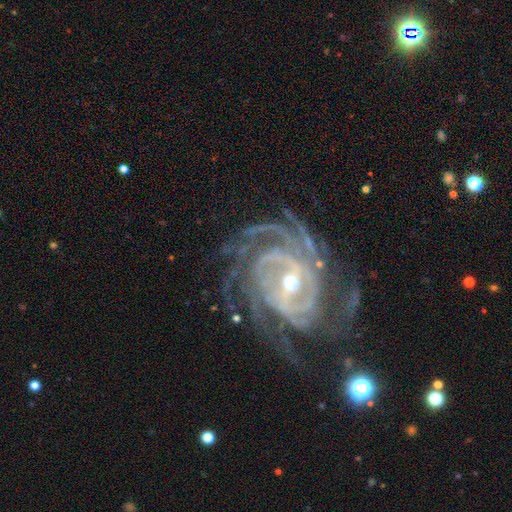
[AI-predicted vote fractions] Smooth or featured? featured or disk (91%)
Edge-on disk? no (97%)
Bar? strong (37%)
Spiral arms? yes (98%)
Spiral winding? tight (79%)
Spiral arm count? 4 (26%)
Bulge size? small (57%)
Merging? none (71%)